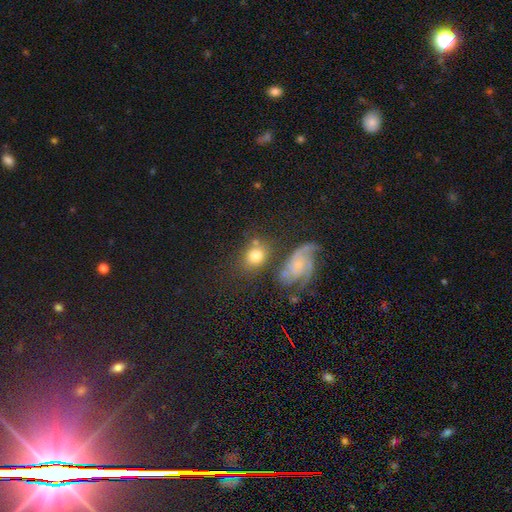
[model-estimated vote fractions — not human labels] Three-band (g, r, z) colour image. It shows a smooth galaxy with no disk features (69%) that is in between round and cigar-shaped (49%, tied with round). Merging: none (59%).